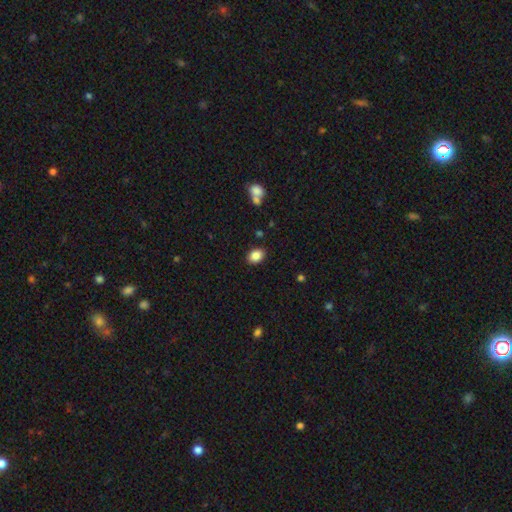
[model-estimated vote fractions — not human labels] This is clearly a smooth galaxy (87%). How rounded: likely in between (73%). Merging: clearly none (87%).